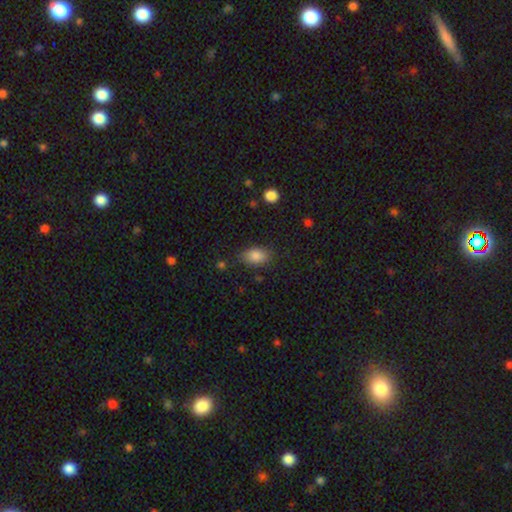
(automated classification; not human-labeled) Overall: smooth (86%). How rounded: in between (89%). Merging: none (80%).